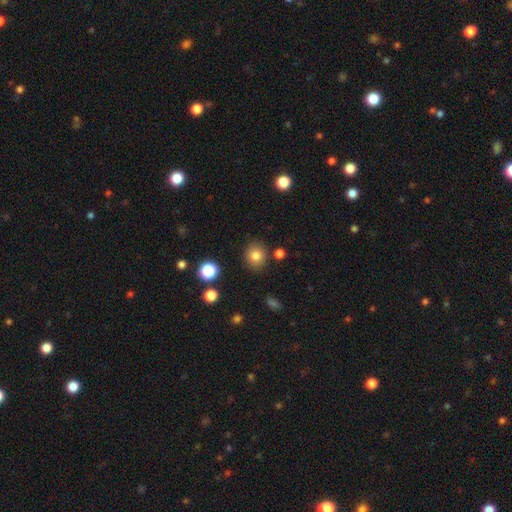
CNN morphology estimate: Smooth or featured? smooth (81%)
How rounded? round (81%)
Merging? none (86%)